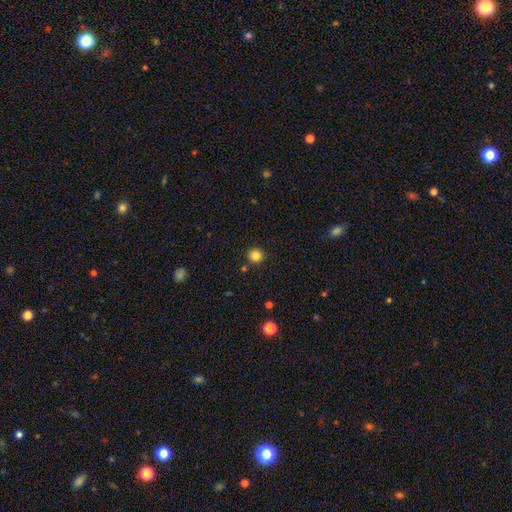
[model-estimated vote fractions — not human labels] Smooth or featured? Predicted: smooth (p=0.84). How rounded? Predicted: round (p=0.91). Merging? Predicted: none (p=0.89).